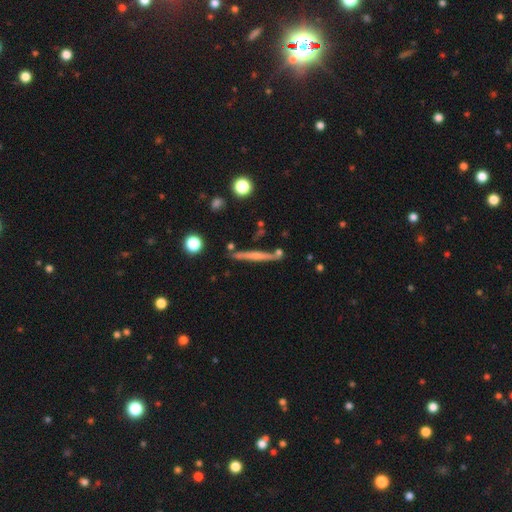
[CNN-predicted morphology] type=featured or disk (54%); edge-on=yes (96%); edge-on bulge=none (51%); merging=none (79%).